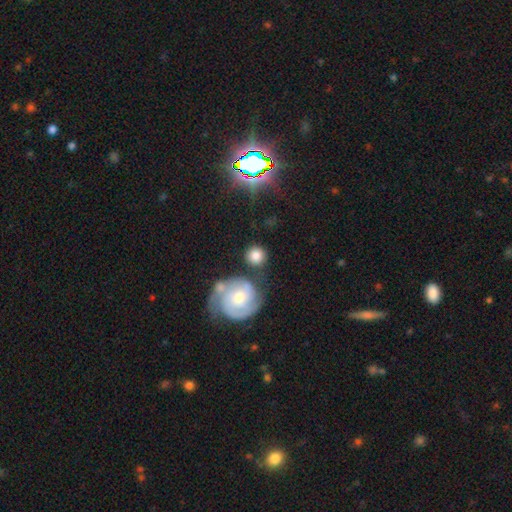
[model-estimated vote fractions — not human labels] smooth-or-featured: smooth: 75% | featured or disk: 18% | star or artifact: 7%
  how-rounded: round: 91% | in between: 8% | cigar-shaped: 1%
  merging: none: 72% | merger: 12% | minor disturbance: 12% | major disturbance: 5%